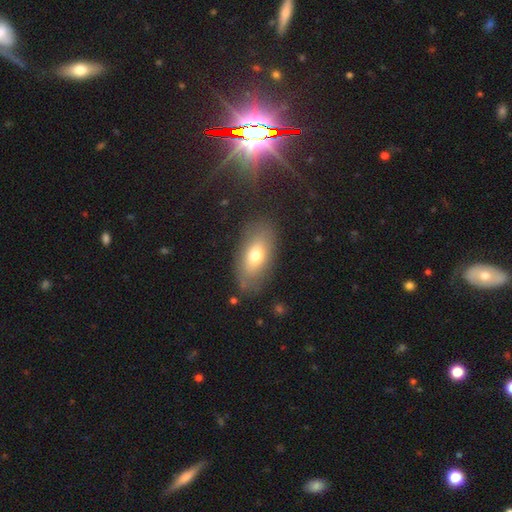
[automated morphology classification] type=smooth (70%); roundness=in between (87%); merging=none (78%).